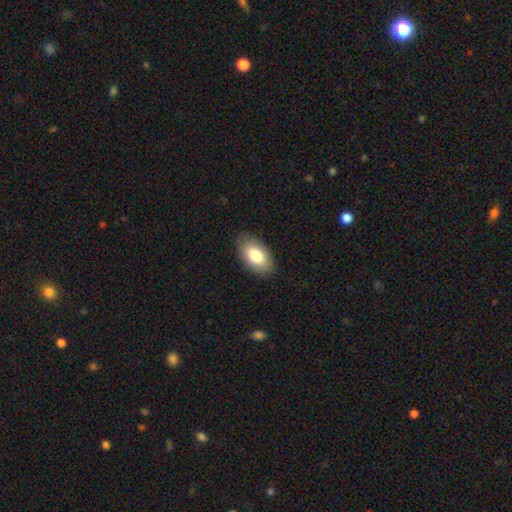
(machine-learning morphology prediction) The model was most divided on "smooth or featured": smooth: 80%, featured or disk: 13%, star or artifact: 7%. More confident: how rounded — in between (94%); merging — none (87%).